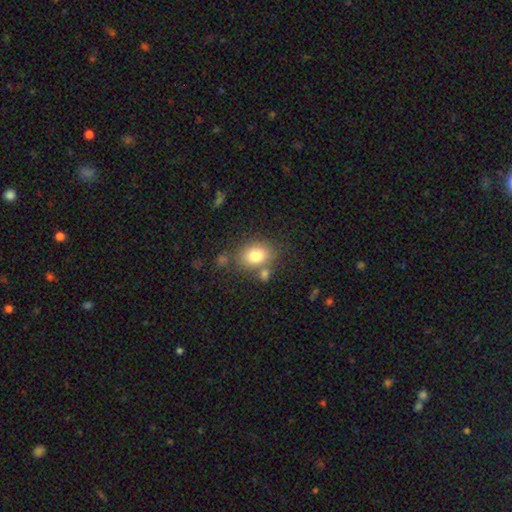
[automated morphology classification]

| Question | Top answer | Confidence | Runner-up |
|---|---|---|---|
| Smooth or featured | smooth | 79% | featured or disk (11%) |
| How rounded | in between | 61% | round (38%) |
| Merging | none | 67% | minor disturbance (14%) |